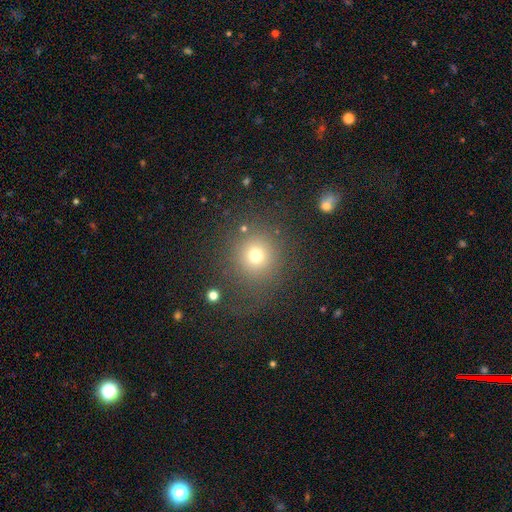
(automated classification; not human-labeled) This appears to be a smooth galaxy with no disk features (71%) that is round (90%). Merging: none (76%).